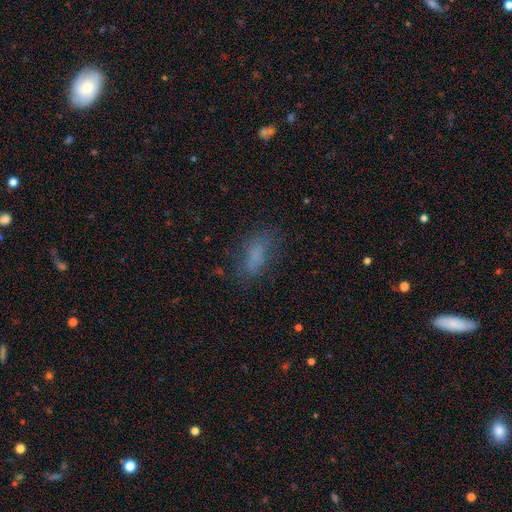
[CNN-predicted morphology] A smooth galaxy with no disk features (74%) that is in between round and cigar-shaped (80%). Merging: none (68%).